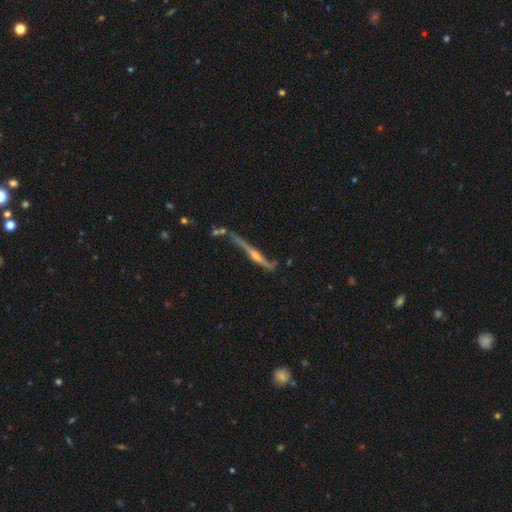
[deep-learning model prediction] Morphology: type=featured or disk (75%); edge-on=yes (90%); edge-on bulge=rounded (76%); merging=none (47%).